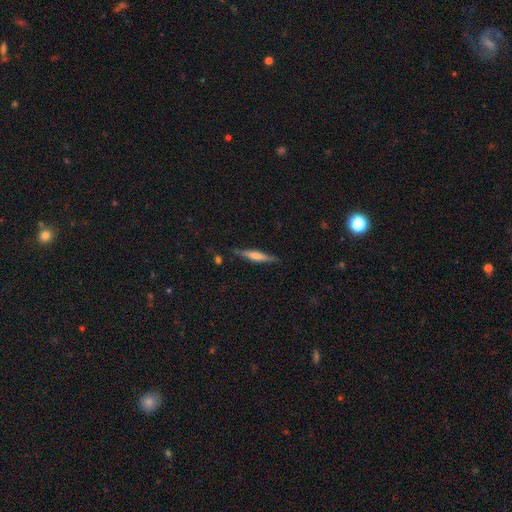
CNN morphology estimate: smooth_or_featured: featured or disk (p=0.51) [alt: smooth p=0.42]
disk_edge_on: yes (p=0.95) [alt: no p=0.05]
merging: none (p=0.83) [alt: minor disturbance p=0.13]